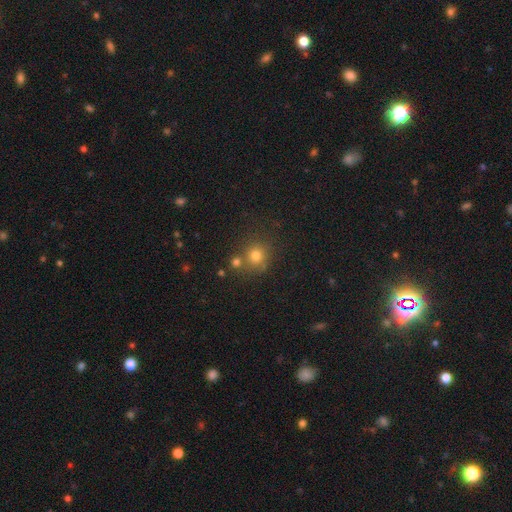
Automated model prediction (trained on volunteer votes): Smooth or featured: smooth — 75% (star or artifact — 16%)
How rounded: round — 87% (in between — 12%)
Merging: none — 65% (merger — 20%)